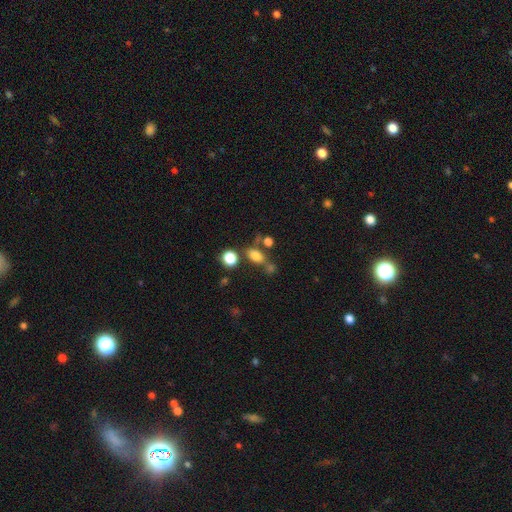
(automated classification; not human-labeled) A smooth galaxy with no disk features (76%) that is in between round and cigar-shaped (75%).

Vote fractions:
- Smooth or featured? smooth: 76% / star or artifact: 14% / featured or disk: 9%
- How rounded? in between: 75% / round: 21% / cigar-shaped: 4%
- Merging? none: 60% / merger: 19% / minor disturbance: 14% / major disturbance: 7%